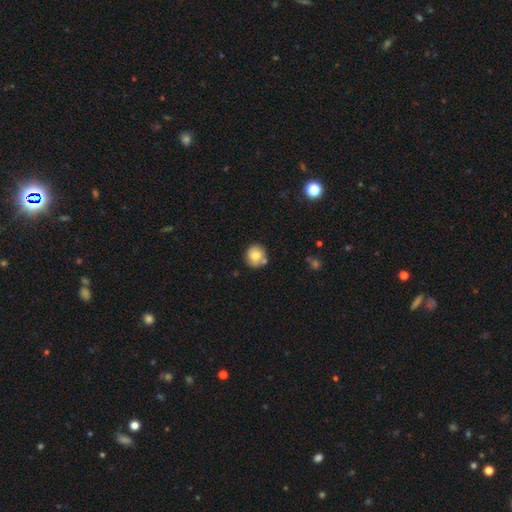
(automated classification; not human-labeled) Overall: smooth (80%). How rounded: round (89%). Merging: none (73%).